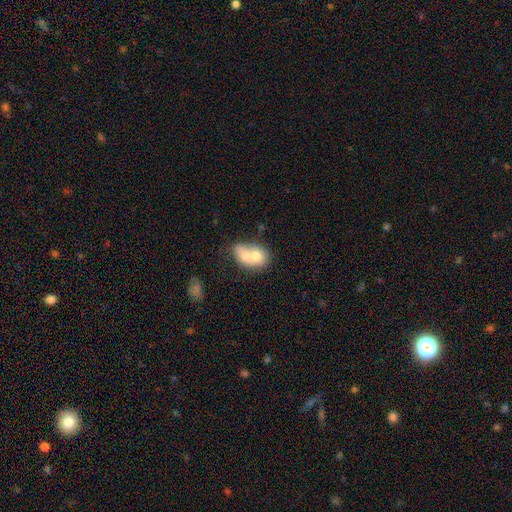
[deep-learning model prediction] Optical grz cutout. It shows a smooth galaxy with no disk features (63%) that is in between round and cigar-shaped (56%). Merging: merger (75%).